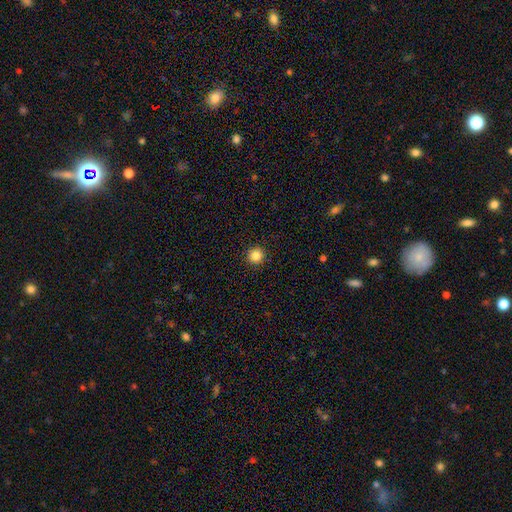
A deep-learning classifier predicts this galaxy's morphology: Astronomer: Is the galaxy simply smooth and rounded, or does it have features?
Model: smooth — 85%.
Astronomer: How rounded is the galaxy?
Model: round — 95%.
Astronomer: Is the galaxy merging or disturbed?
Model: none — 93%.